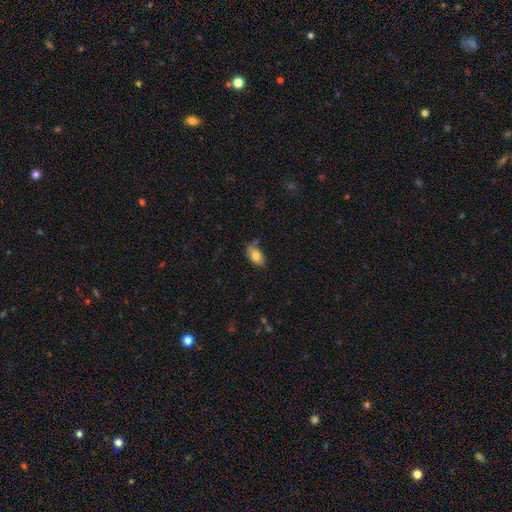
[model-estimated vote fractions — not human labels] smooth-or-featured: smooth: 79% | featured or disk: 13% | star or artifact: 8%
  how-rounded: in between: 92% | round: 5% | cigar-shaped: 3%
  merging: none: 69% | minor disturbance: 23% | major disturbance: 4% | merger: 4%